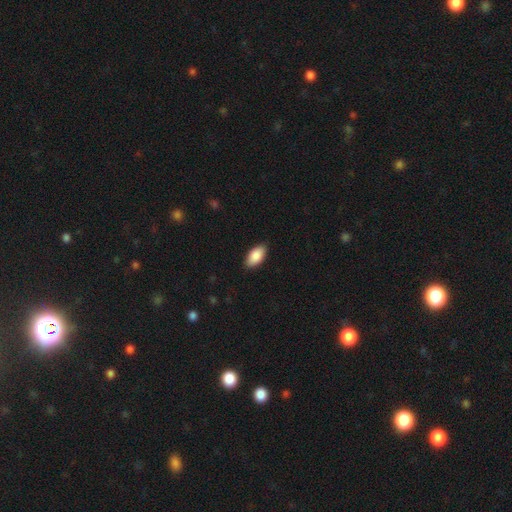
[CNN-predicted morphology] Smooth or featured?
  - smooth: 89% *
  - star or artifact: 6%
  - featured or disk: 6%
How rounded?
  - in between: 93% *
  - cigar-shaped: 4%
  - round: 3%
Merging?
  - none: 87% *
  - minor disturbance: 10%
  - major disturbance: 2%
  - merger: 1%